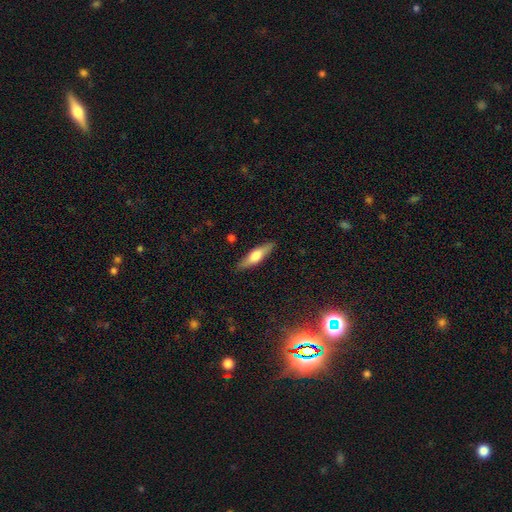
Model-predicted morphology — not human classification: Smooth or featured? Predicted: smooth (p=0.54). How rounded? Predicted: cigar-shaped (p=0.68). Merging? Predicted: none (p=0.88).